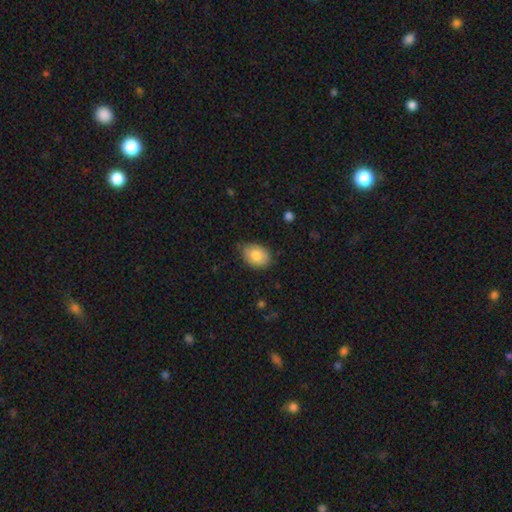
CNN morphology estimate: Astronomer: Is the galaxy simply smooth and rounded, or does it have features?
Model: smooth — 80%.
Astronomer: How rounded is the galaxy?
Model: in between — 74%.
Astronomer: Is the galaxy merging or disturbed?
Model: none — 77%.